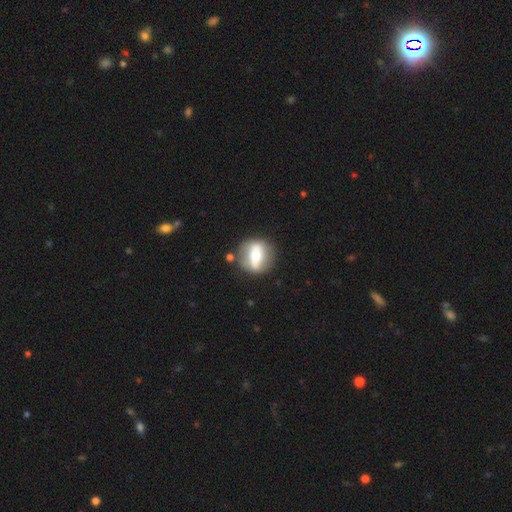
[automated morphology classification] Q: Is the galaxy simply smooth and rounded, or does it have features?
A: featured or disk — 56%.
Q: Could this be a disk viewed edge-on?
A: no — 79%.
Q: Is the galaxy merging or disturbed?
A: none — 77%.